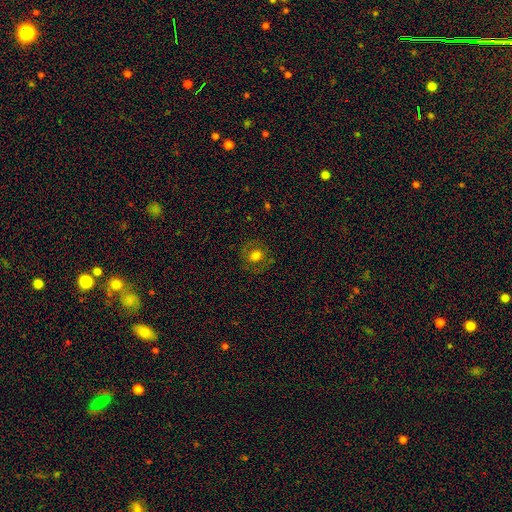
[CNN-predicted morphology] smooth-or-featured: smooth: 63% | featured or disk: 25% | star or artifact: 12%
  how-rounded: round: 75% | in between: 24% | cigar-shaped: 1%
  merging: none: 81% | minor disturbance: 12% | major disturbance: 6% | merger: 1%